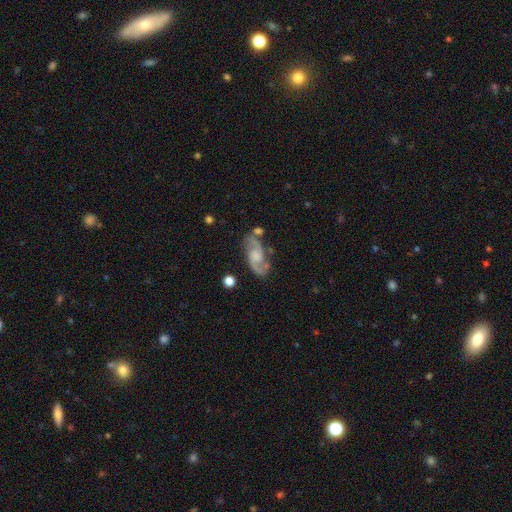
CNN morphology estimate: A featured or disk galaxy (85%) with no bar (51%), 2 (92%) medium (52%) spiral arms (96%) and a moderate central bulge (33%). Merging: none (72%).